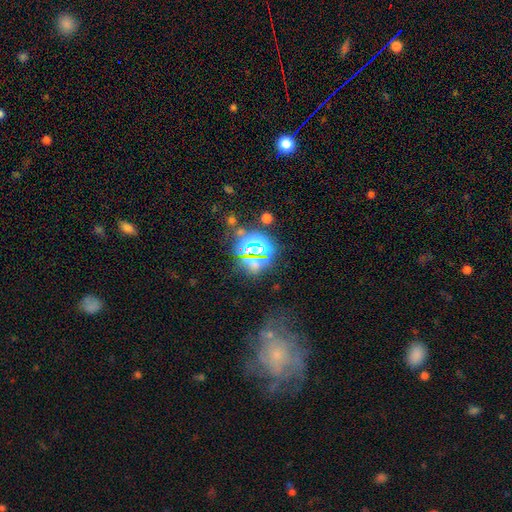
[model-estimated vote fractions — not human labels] star or artifact 72%, smooth 19%, featured or disk 9%.